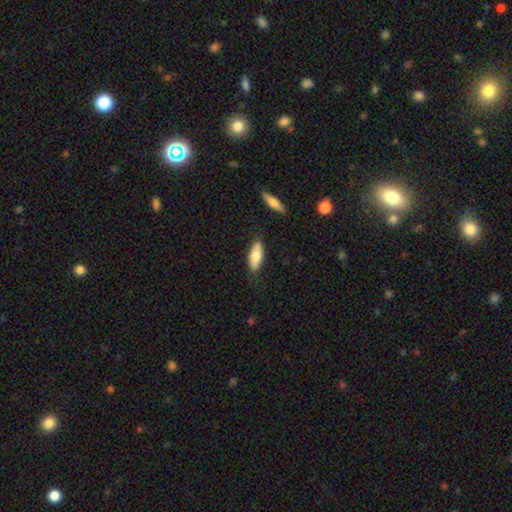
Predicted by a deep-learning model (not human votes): Smooth or featured: smooth — 75% (featured or disk — 19%)
How rounded: in between — 73% (cigar-shaped — 25%)
Merging: none — 81% (minor disturbance — 13%)